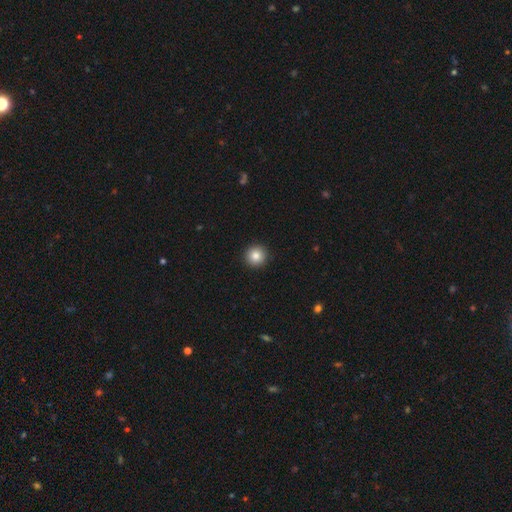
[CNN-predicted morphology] A smooth galaxy with no disk features (85%) that is round (95%).

Vote fractions:
- Smooth or featured? smooth: 85% / star or artifact: 10% / featured or disk: 6%
- How rounded? round: 95% / in between: 4% / cigar-shaped: 1%
- Merging? none: 93% / minor disturbance: 4% / major disturbance: 1% / merger: 1%